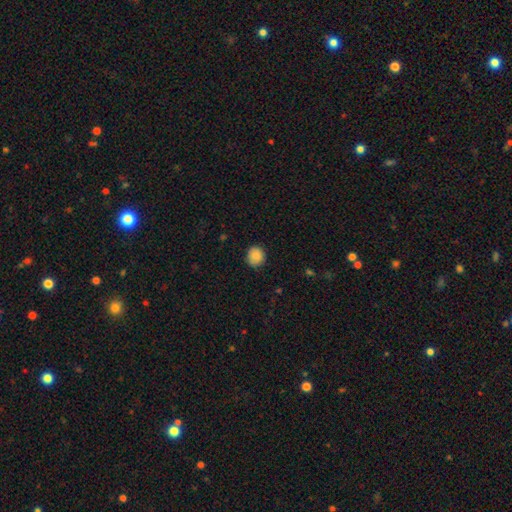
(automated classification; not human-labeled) Smooth or featured? smooth (88%)
How rounded? round (82%)
Merging? none (84%)